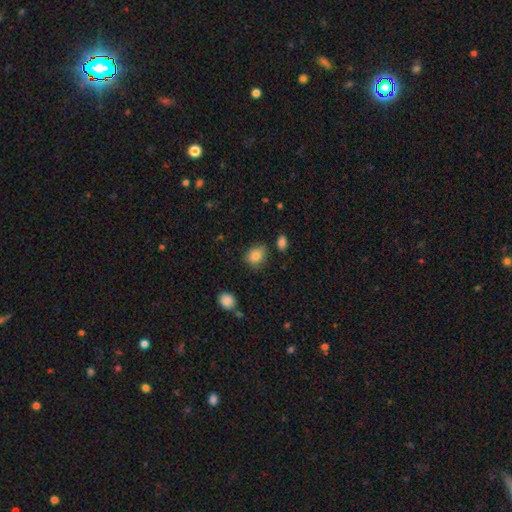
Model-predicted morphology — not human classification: Q: Smooth or featured?
A: smooth (83%); runner-up: star or artifact (10%)
Q: How rounded?
A: round (58%); runner-up: in between (41%)
Q: Merging?
A: none (76%); runner-up: minor disturbance (18%)